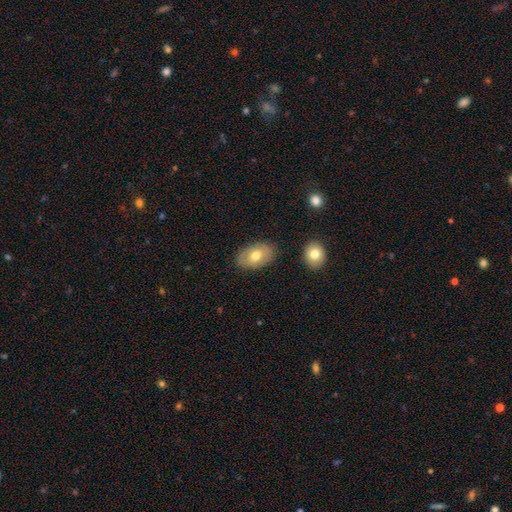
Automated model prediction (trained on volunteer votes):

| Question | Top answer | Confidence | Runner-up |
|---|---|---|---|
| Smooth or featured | smooth | 66% | featured or disk (27%) |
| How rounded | in between | 89% | round (10%) |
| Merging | none | 81% | minor disturbance (13%) |